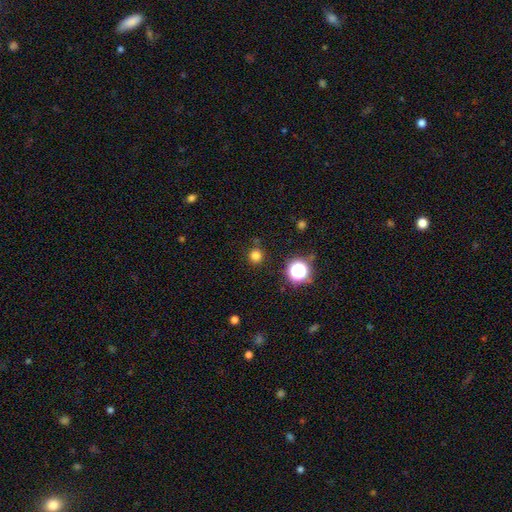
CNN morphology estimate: This appears to be a smooth galaxy with no disk features (78%) that is round (94%). Merging: none (88%).